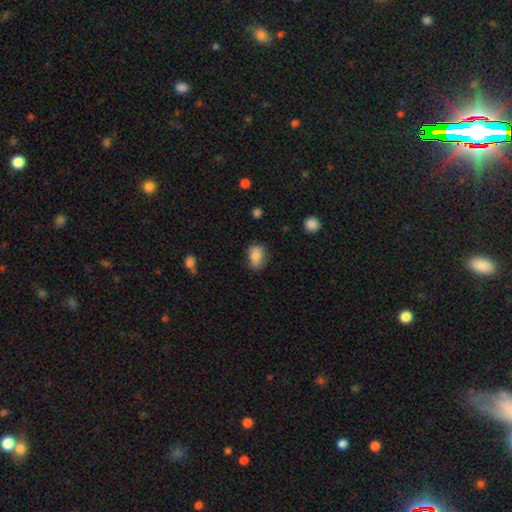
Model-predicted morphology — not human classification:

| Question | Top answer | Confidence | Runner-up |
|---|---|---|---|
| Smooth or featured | smooth | 81% | featured or disk (10%) |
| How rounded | in between | 77% | round (21%) |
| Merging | none | 65% | minor disturbance (27%) |